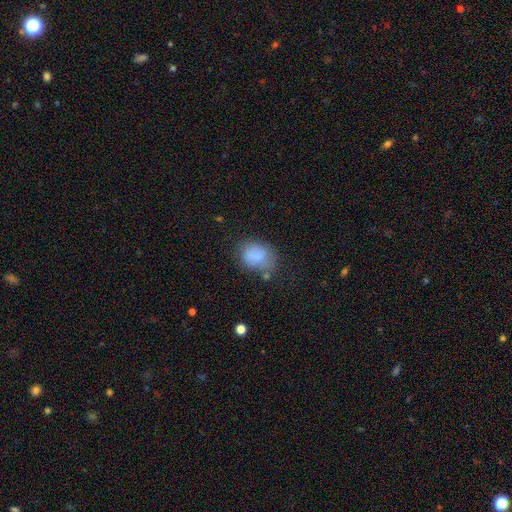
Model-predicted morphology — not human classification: Smooth or featured? Predicted: smooth (p=0.81). How rounded? Predicted: in between (p=0.55). Merging? Predicted: none (p=0.56).